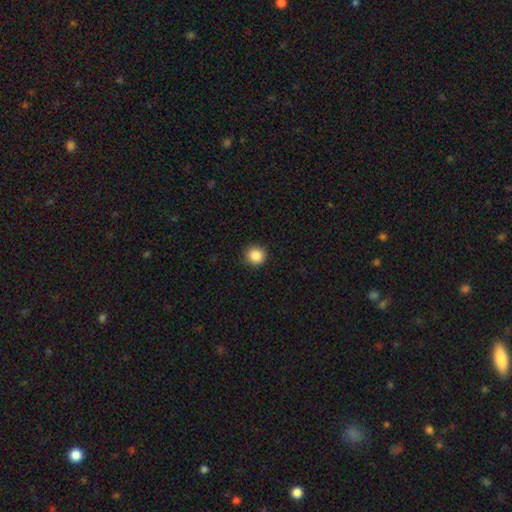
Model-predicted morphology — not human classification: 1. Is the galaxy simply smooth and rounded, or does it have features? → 88% smooth, 9% star or artifact, 3% featured or disk.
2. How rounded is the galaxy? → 93% round, 6% in between, 1% cigar-shaped.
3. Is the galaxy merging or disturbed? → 91% none, 6% minor disturbance, 2% major disturbance, 1% merger.